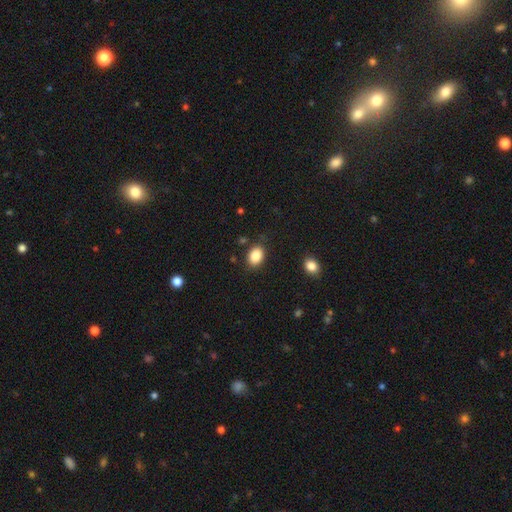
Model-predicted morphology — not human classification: This appears to be a smooth galaxy with no disk features (87%) that is in between round and cigar-shaped (75%). Merging: none (82%).